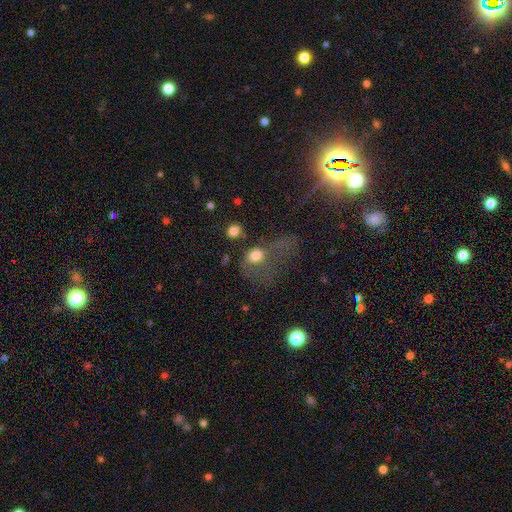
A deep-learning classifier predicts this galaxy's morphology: smooth-or-featured: smooth: 72% | featured or disk: 14% | star or artifact: 14%
  how-rounded: round: 56% | in between: 42% | cigar-shaped: 2%
  merging: major disturbance: 40% | none: 31% | merger: 15% | minor disturbance: 14%